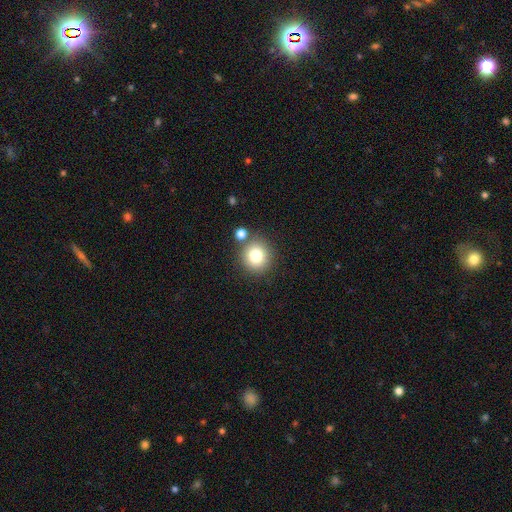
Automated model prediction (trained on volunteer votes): smooth-or-featured: smooth: 80% | star or artifact: 12% | featured or disk: 9%
  how-rounded: round: 91% | in between: 8% | cigar-shaped: 1%
  merging: none: 77% | merger: 11% | minor disturbance: 9% | major disturbance: 3%